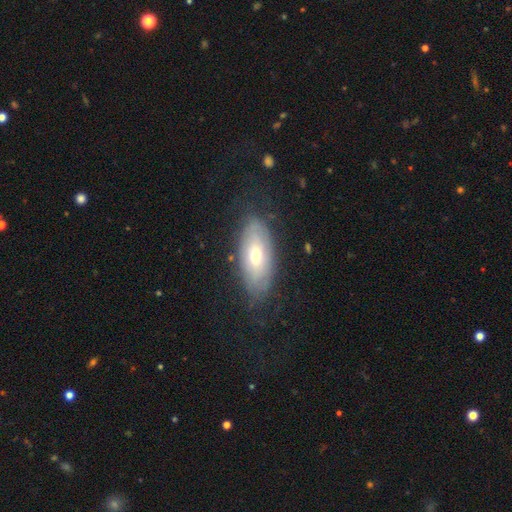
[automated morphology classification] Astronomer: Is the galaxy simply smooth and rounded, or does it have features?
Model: featured or disk — 47% (runner-up: smooth, 45%).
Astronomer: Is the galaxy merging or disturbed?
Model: none — 77%.